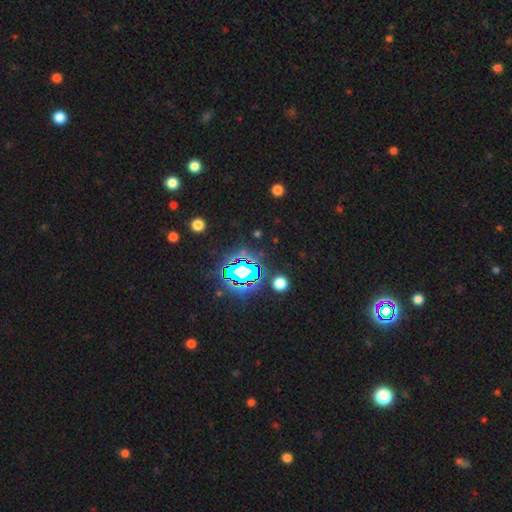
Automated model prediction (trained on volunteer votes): This appears to be a star or artifact, not a galaxy (84%).